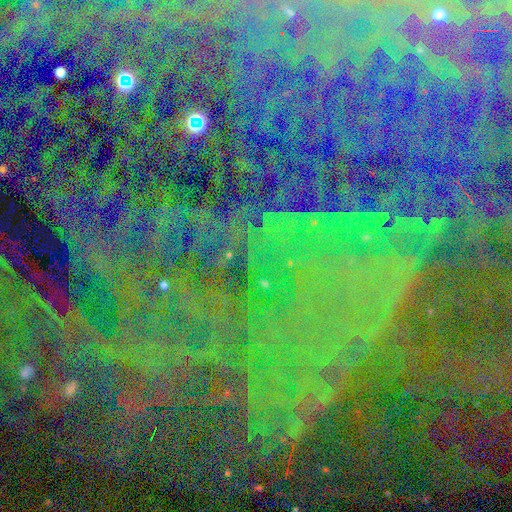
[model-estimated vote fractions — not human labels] Q: Smooth or featured?
A: star or artifact (83%); runner-up: smooth (8%)